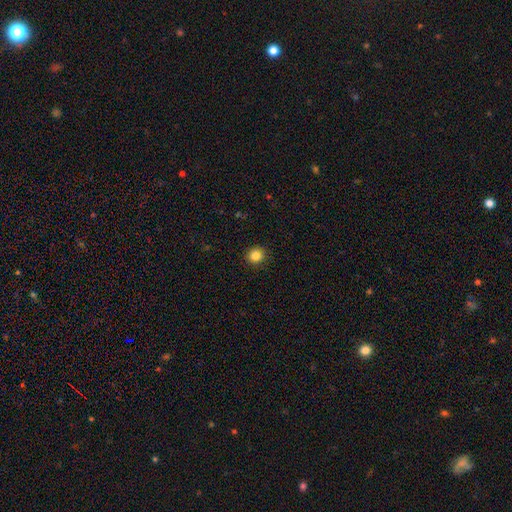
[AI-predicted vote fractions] Smooth or featured?
  - smooth: 85% *
  - star or artifact: 11%
  - featured or disk: 4%
How rounded?
  - round: 87% *
  - in between: 12%
  - cigar-shaped: 1%
Merging?
  - none: 91% *
  - minor disturbance: 6%
  - major disturbance: 2%
  - merger: 1%